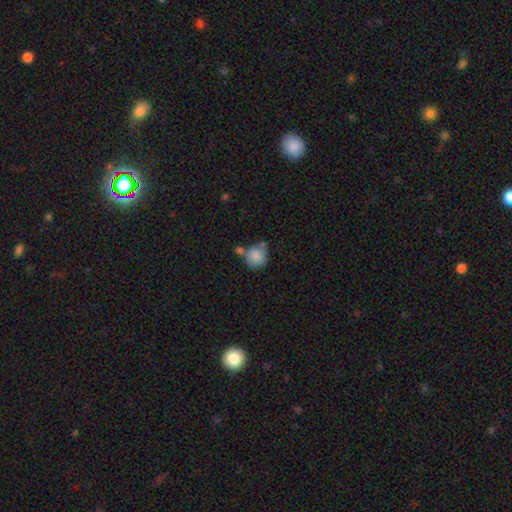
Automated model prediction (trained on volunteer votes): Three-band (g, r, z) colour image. It shows a smooth galaxy with no disk features (84%) that is round (80%). Merging: none (47%).